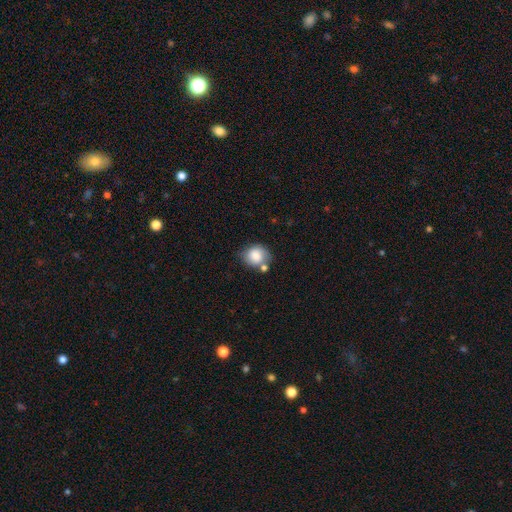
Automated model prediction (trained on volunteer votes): Smooth or featured? Predicted: smooth (p=0.82). How rounded? Predicted: round (p=0.75). Merging? Predicted: none (p=0.54).